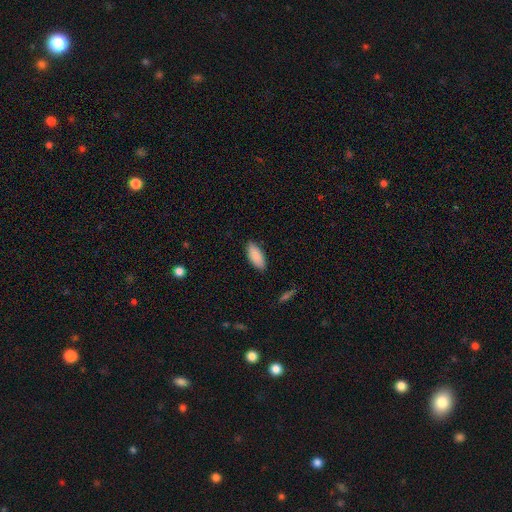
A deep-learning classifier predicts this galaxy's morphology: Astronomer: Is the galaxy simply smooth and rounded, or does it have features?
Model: smooth — 89%.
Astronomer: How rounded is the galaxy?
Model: in between — 84%.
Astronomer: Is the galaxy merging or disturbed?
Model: none — 85%.